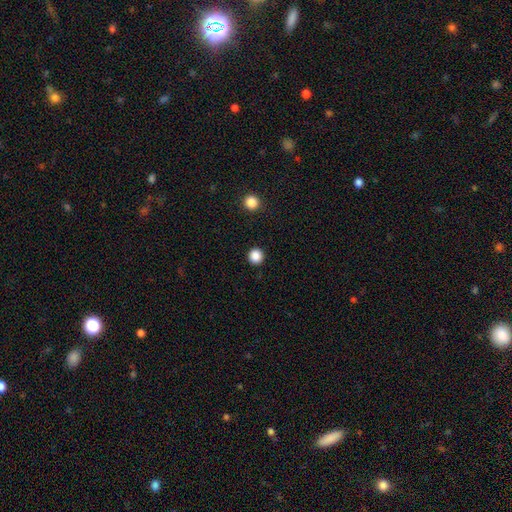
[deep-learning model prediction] This appears to be a smooth galaxy with no disk features (86%) that is round (96%). Merging: none (93%).